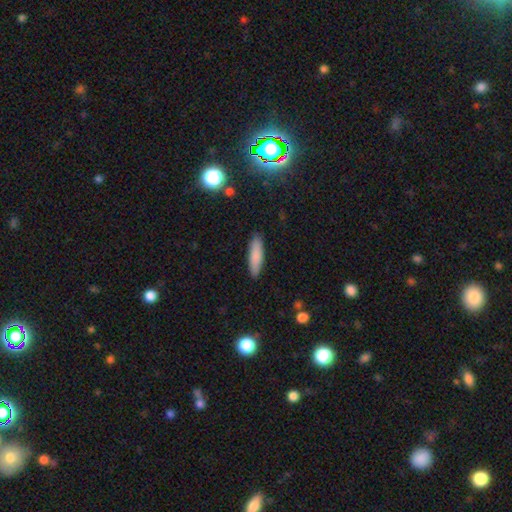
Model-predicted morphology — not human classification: Smooth or featured? Predicted: smooth (p=0.84). How rounded? Predicted: cigar-shaped (p=0.68). Merging? Predicted: none (p=0.89).